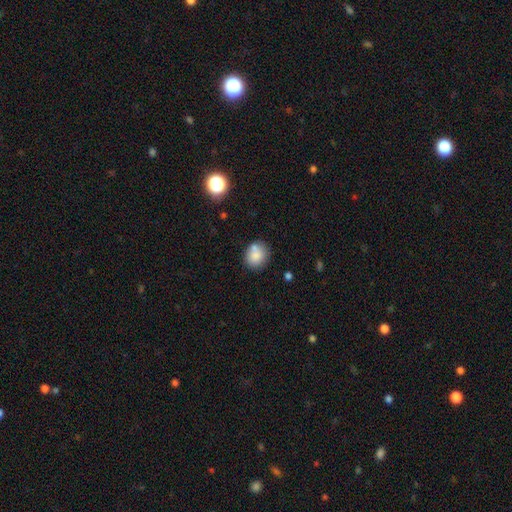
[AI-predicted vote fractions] Morphology: type=smooth (81%); roundness=round (72%); merging=none (65%).